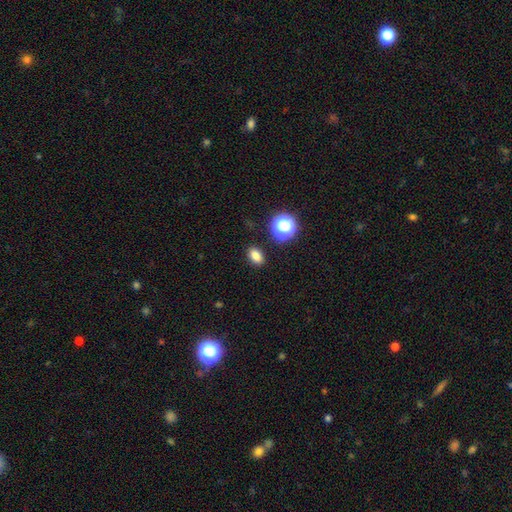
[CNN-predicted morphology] smooth 81%, star or artifact 14%, featured or disk 6%. Down the decision tree: how rounded — in between (79%); merging — none (88%).